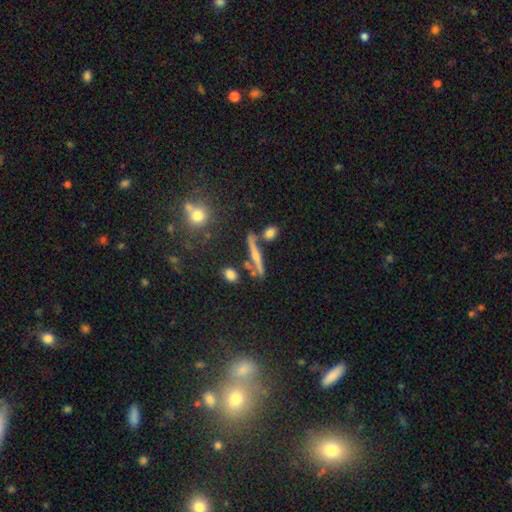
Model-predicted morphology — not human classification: A featured or disk galaxy (58%) viewed edge-on (90%) with a rounded central bulge (75%). Merging: none (71%).